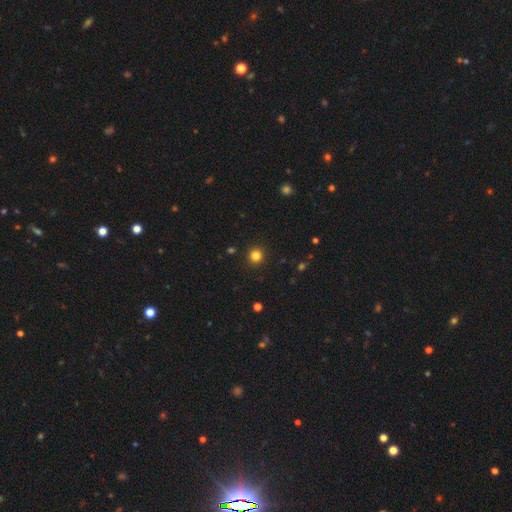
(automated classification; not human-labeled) Q: Smooth or featured?
A: smooth (82%); runner-up: star or artifact (13%)
Q: How rounded?
A: round (94%); runner-up: in between (5%)
Q: Merging?
A: none (93%); runner-up: minor disturbance (5%)